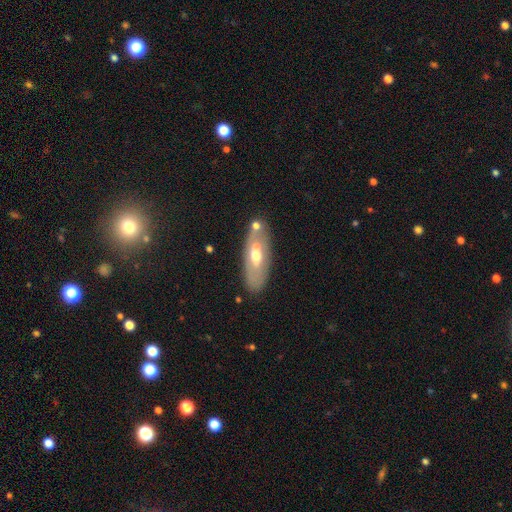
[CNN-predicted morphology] featured or disk 49%, smooth 44%, star or artifact 7%. Down the decision tree: merging — none (69%).